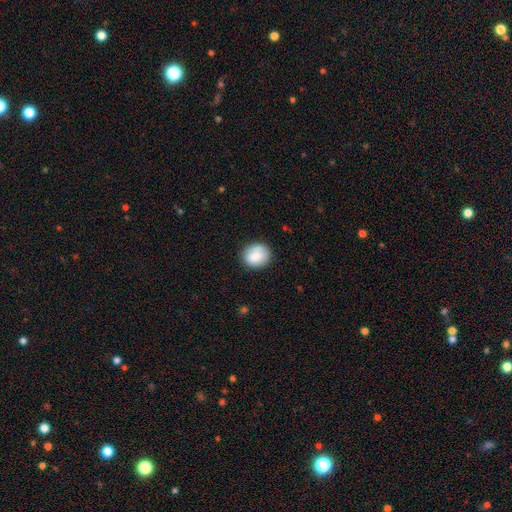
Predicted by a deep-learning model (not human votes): Q: Smooth or featured?
A: smooth (84%); runner-up: featured or disk (8%)
Q: How rounded?
A: round (75%); runner-up: in between (24%)
Q: Merging?
A: none (82%); runner-up: minor disturbance (14%)